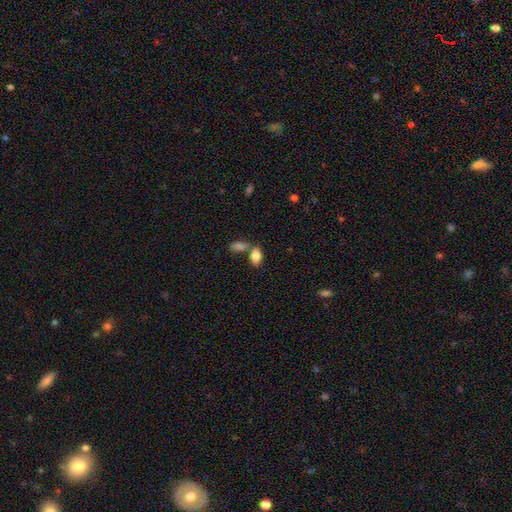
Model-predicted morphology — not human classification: smooth_or_featured: smooth (p=0.85) [alt: star or artifact p=0.08]
how_rounded: in between (p=0.91) [alt: round p=0.06]
merging: none (p=0.47) [alt: merger p=0.39]